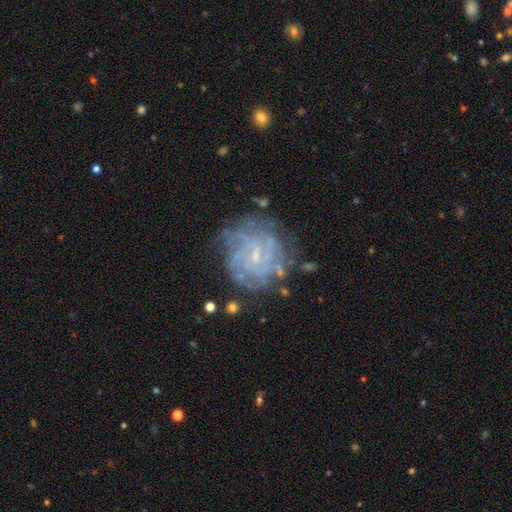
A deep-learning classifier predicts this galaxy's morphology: featured or disk 85%, smooth 8%, star or artifact 7%. Down the decision tree: edge-on disk — no (98%); bar — no (47%); spiral arms — yes (96%); spiral arm count — can't tell (33%); spiral winding — tight (72%); bulge size — small (76%); merging — none (73%).